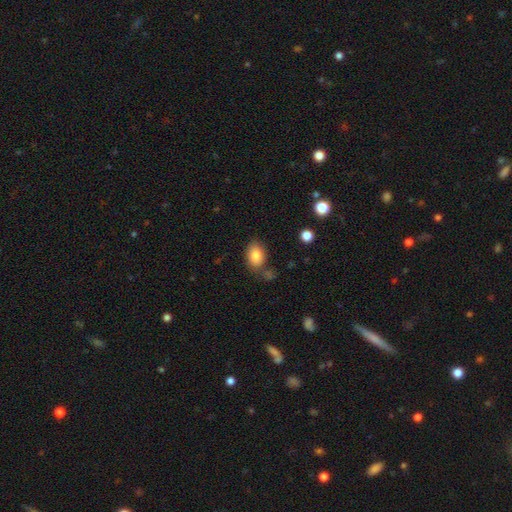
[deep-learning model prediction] Overall: smooth (84%). How rounded: in between (81%). Merging: none (72%).